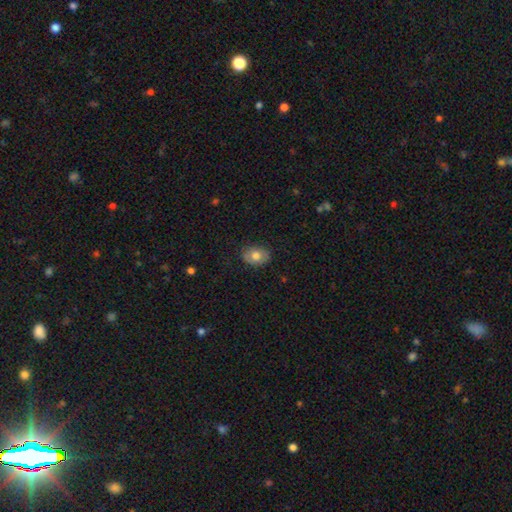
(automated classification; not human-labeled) Smooth or featured? smooth (76%)
How rounded? in between (74%)
Merging? none (85%)